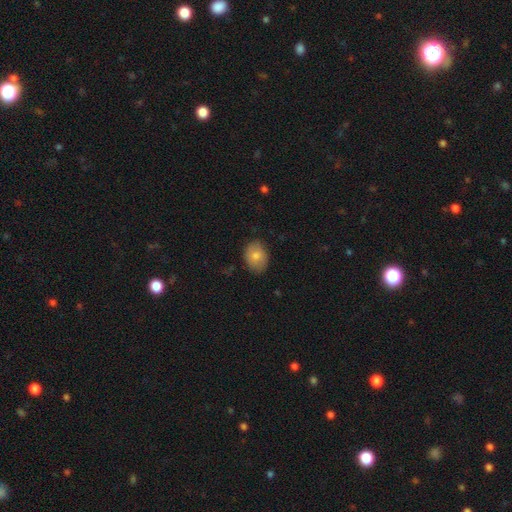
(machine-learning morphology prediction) Overall: smooth (79%). How rounded: in between (66%; round 33%). Merging: none (80%).